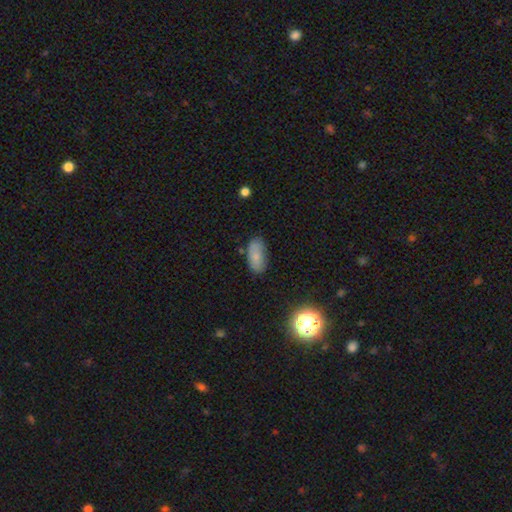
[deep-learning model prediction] Smooth or featured? Predicted: smooth (p=0.80). How rounded? Predicted: in between (p=0.90). Merging? Predicted: none (p=0.73).